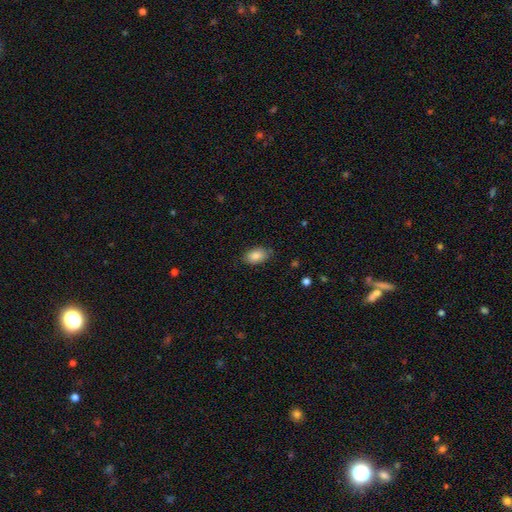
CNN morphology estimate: Smooth or featured?
  - smooth: 87% *
  - star or artifact: 7%
  - featured or disk: 6%
How rounded?
  - in between: 92% *
  - round: 6%
  - cigar-shaped: 2%
Merging?
  - none: 82% *
  - minor disturbance: 14%
  - major disturbance: 3%
  - merger: 1%